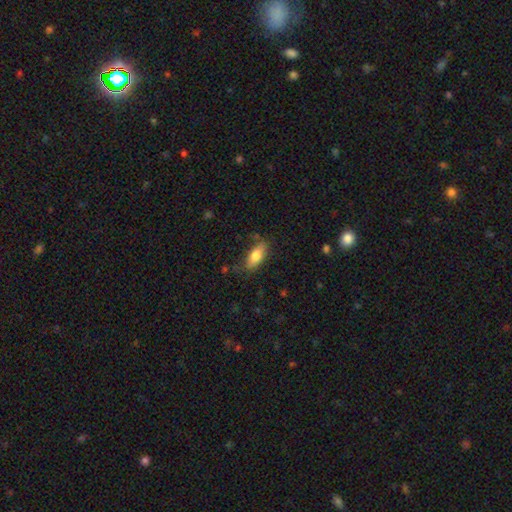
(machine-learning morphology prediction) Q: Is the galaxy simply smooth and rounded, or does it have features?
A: smooth — 78%.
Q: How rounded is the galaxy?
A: in between — 78%.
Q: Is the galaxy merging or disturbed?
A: none — 77%.